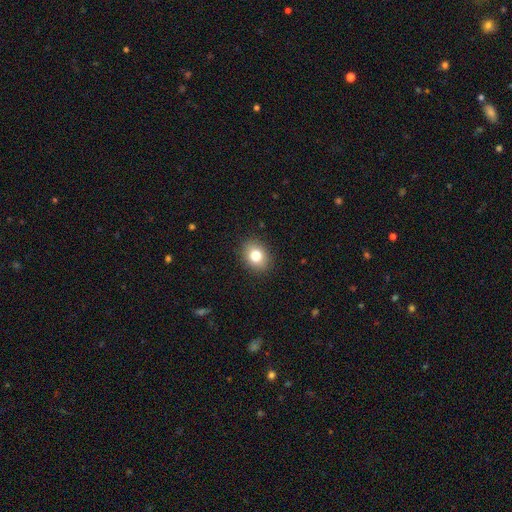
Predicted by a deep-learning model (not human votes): smooth 80%, star or artifact 10%, featured or disk 10%. Down the decision tree: how rounded — in between (52%); merging — none (89%).